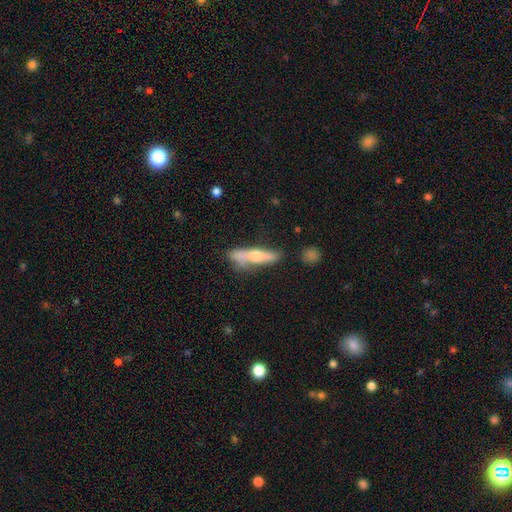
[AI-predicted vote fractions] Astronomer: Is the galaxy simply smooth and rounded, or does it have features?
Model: featured or disk — 57% (runner-up: smooth, 35%).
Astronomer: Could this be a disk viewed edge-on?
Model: yes — 79%.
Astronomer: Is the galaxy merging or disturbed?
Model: none — 63%.